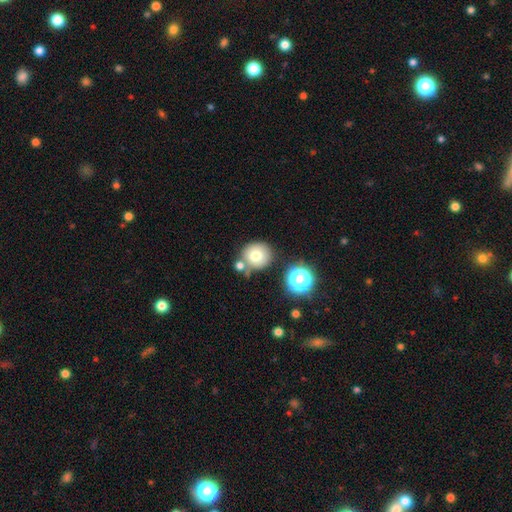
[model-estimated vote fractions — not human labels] This is likely a smooth galaxy (73%). How rounded: clearly round (86%). Merging: likely none (68%).